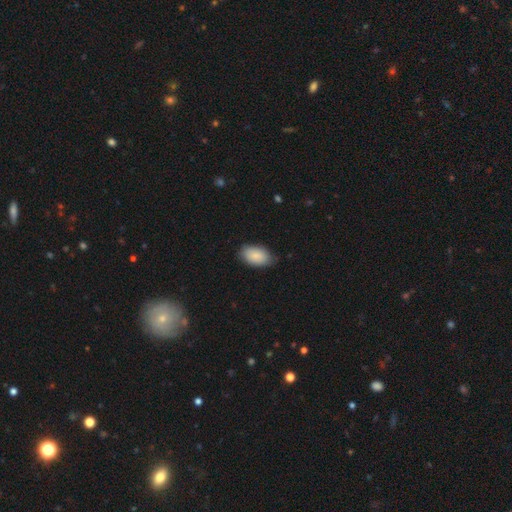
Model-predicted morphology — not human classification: A smooth galaxy with no disk features (87%) that is in between round and cigar-shaped (94%). Merging: none (78%).